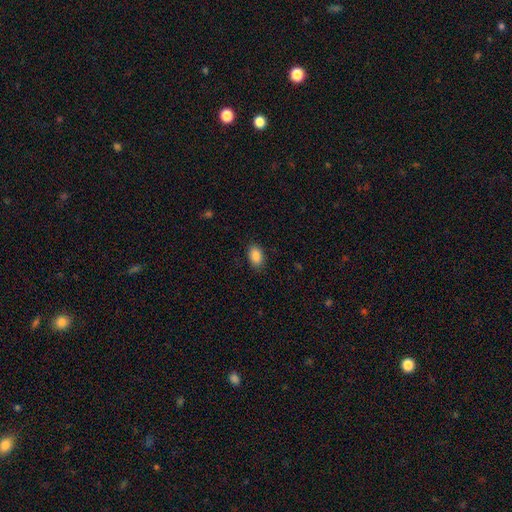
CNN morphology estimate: smooth 89%, star or artifact 7%, featured or disk 4%. Down the decision tree: how rounded — in between (91%); merging — none (88%).